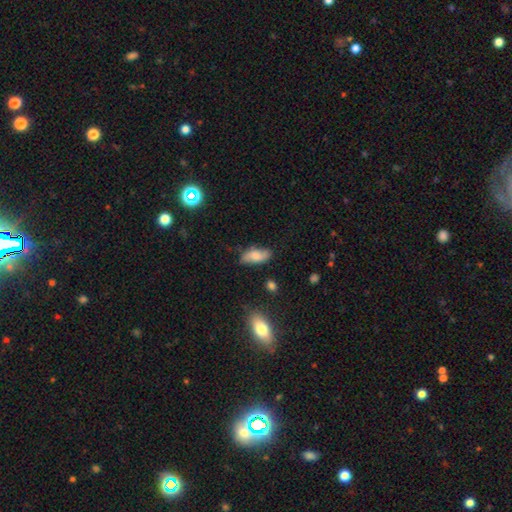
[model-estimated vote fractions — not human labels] Smooth or featured?
  - smooth: 64% *
  - featured or disk: 28%
  - star or artifact: 8%
How rounded?
  - in between: 83% *
  - cigar-shaped: 14%
  - round: 3%
Merging?
  - none: 73% *
  - minor disturbance: 21%
  - major disturbance: 4%
  - merger: 2%